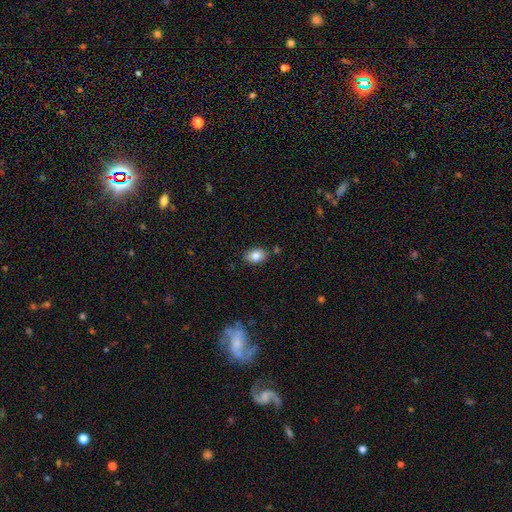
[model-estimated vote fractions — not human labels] A smooth galaxy with no disk features (83%) that is in between round and cigar-shaped (83%). Merging: none (82%).